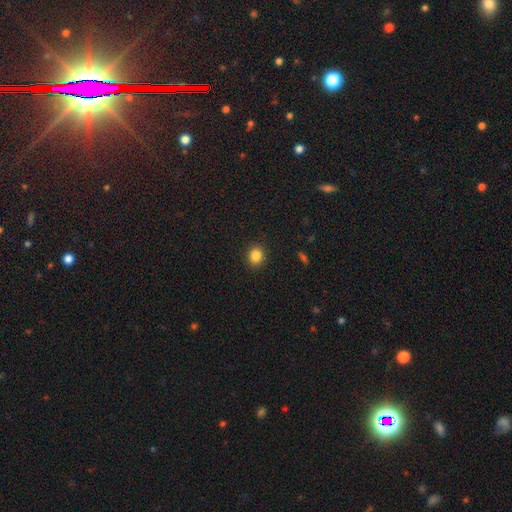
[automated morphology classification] type=smooth (84%); roundness=round (72%); merging=none (91%).